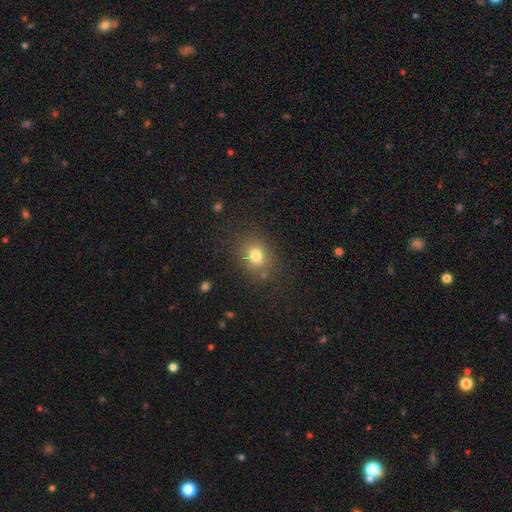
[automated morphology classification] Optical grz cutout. It shows a smooth galaxy with no disk features (77%) that is round (56%). Merging: none (79%).